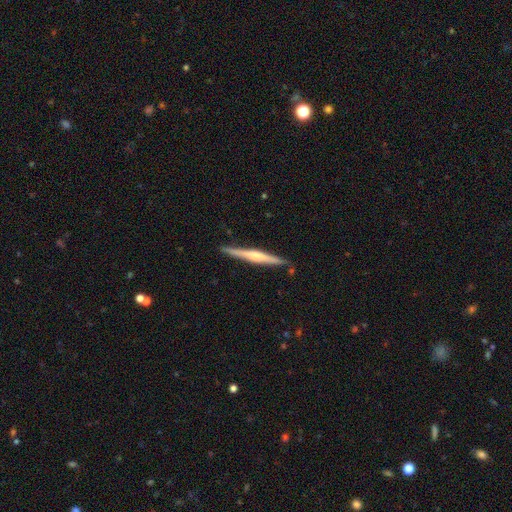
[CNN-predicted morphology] smooth_or_featured: featured or disk (p=0.67) [alt: smooth p=0.28]
disk_edge_on: yes (p=0.98) [alt: no p=0.02]
edge_on_bulge: rounded (p=0.67) [alt: none p=0.21]
merging: none (p=0.89) [alt: minor disturbance p=0.08]